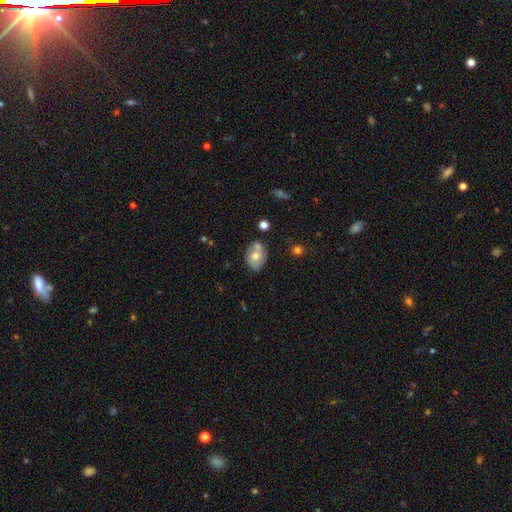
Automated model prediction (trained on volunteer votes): This is possibly a smooth galaxy (60%). How rounded: likely in between (64%). Merging: possibly none (49%).